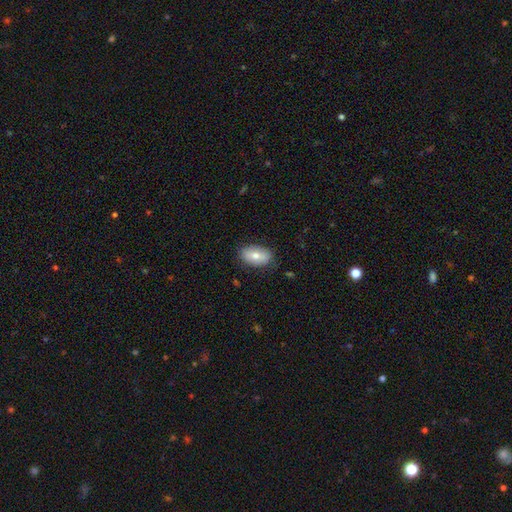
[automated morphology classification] The model was most divided on "smooth or featured": smooth: 68%, featured or disk: 25%, star or artifact: 7%. More confident: how rounded — in between (92%); merging — none (83%).